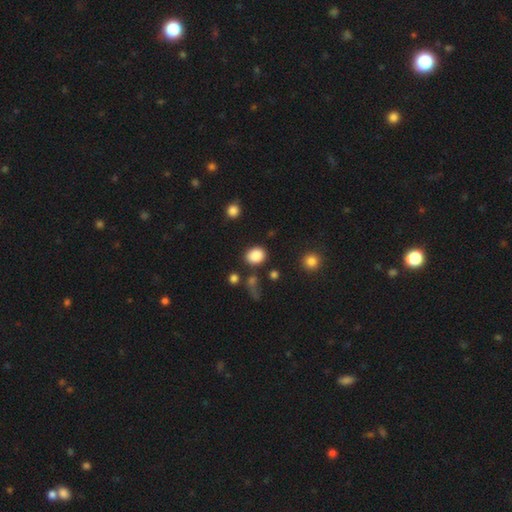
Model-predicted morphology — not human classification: This appears to be a smooth galaxy with no disk features (86%) that is round (56%). Merging: none (81%).